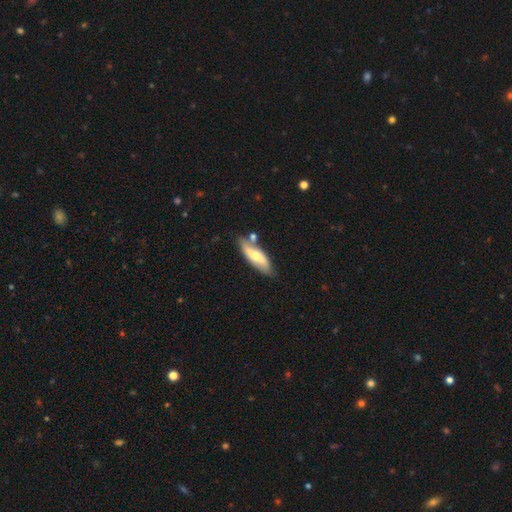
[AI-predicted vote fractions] Morphology: type=featured or disk (50%); merging=none (65%).